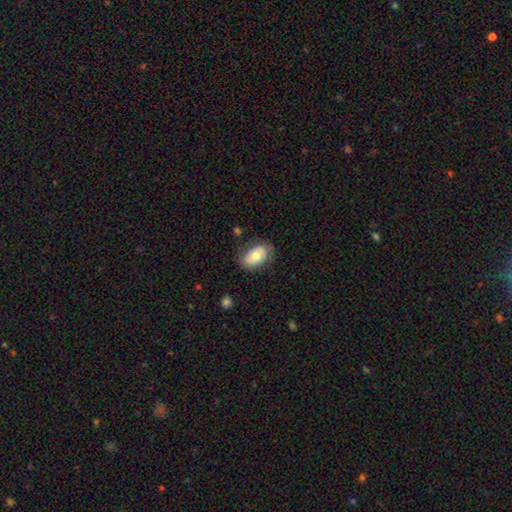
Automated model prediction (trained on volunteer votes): Overall: smooth (70%). How rounded: in between (91%). Merging: none (75%).